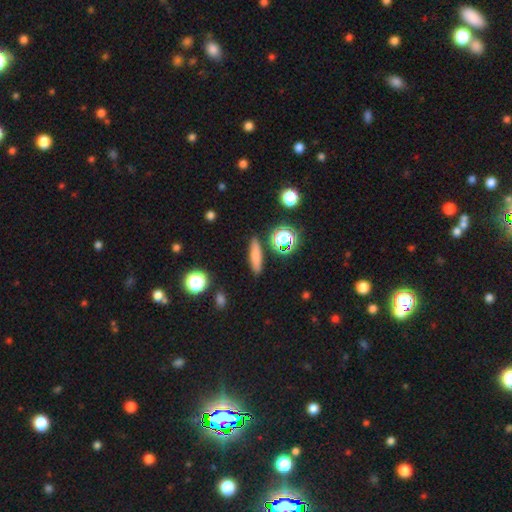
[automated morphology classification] A smooth galaxy with no disk features (73%) that is cigar-shaped (75%).

Vote fractions:
- Smooth or featured? smooth: 73% / featured or disk: 14% / star or artifact: 13%
- How rounded? cigar-shaped: 75% / in between: 18% / round: 7%
- Merging? none: 86% / minor disturbance: 8% / merger: 3% / major disturbance: 2%